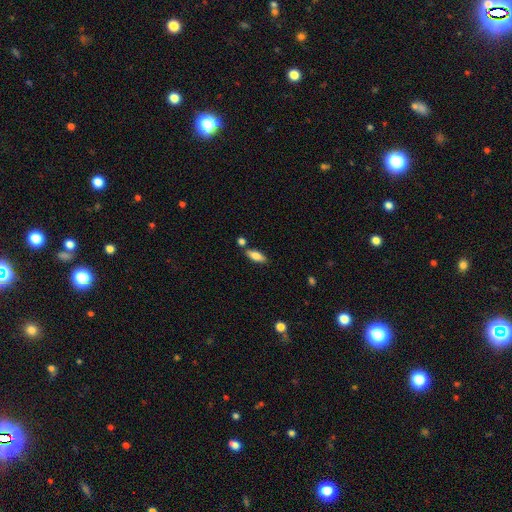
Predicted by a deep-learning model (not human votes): Morphology: type=smooth (76%); roundness=in between (71%); merging=none (77%).